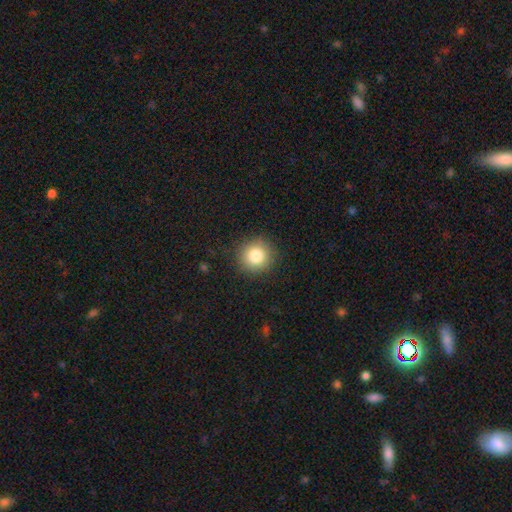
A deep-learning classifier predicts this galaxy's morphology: This is clearly a smooth galaxy (83%). How rounded: clearly round (93%). Merging: clearly none (90%).